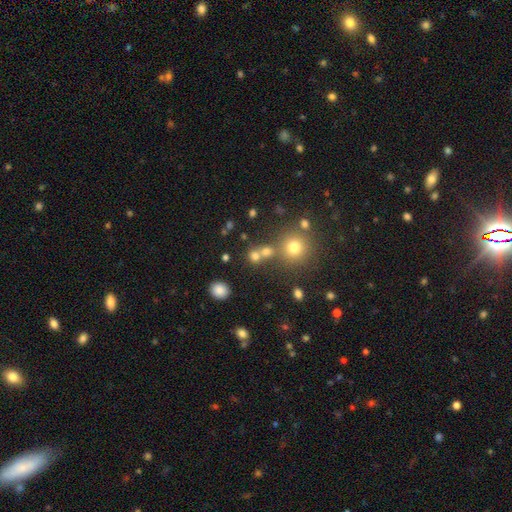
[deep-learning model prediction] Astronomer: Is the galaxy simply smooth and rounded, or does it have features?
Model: smooth — 71%.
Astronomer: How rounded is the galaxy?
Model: round — 82%.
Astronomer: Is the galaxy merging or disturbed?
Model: none — 54% (runner-up: merger, 33%).